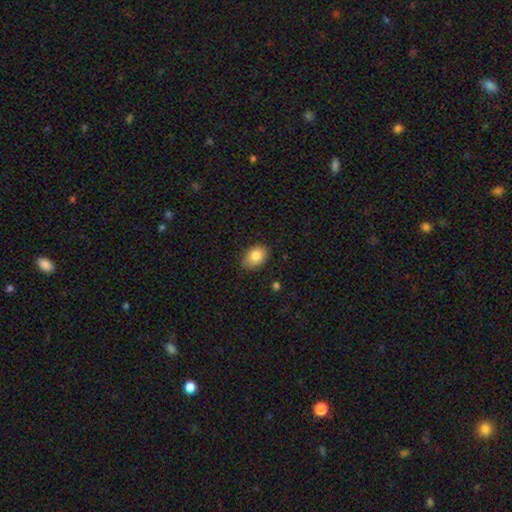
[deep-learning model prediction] Smooth or featured: smooth — 83% (featured or disk — 9%)
How rounded: in between — 79% (round — 20%)
Merging: none — 82% (minor disturbance — 15%)